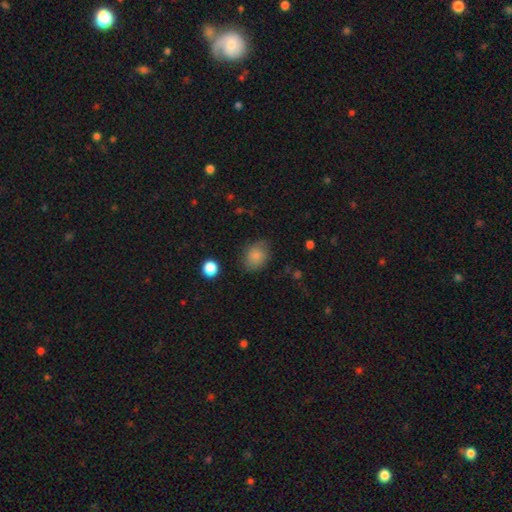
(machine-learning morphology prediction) Smooth or featured?
  - smooth: 80% *
  - featured or disk: 11%
  - star or artifact: 9%
How rounded?
  - in between: 58% *
  - round: 41%
  - cigar-shaped: 1%
Merging?
  - none: 73% *
  - minor disturbance: 20%
  - major disturbance: 6%
  - merger: 2%